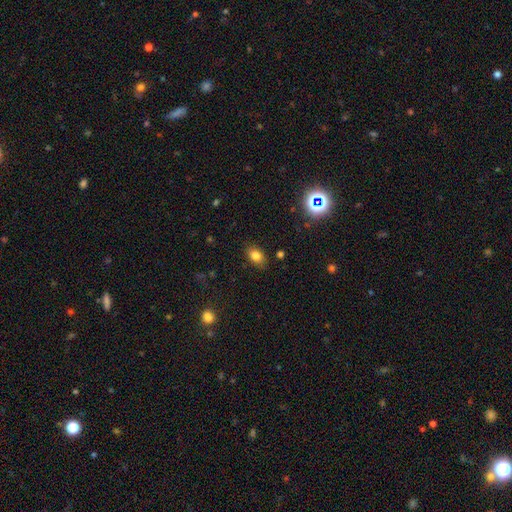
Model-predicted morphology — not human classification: A smooth galaxy with no disk features (80%) that is in between round and cigar-shaped (80%). Merging: none (85%).